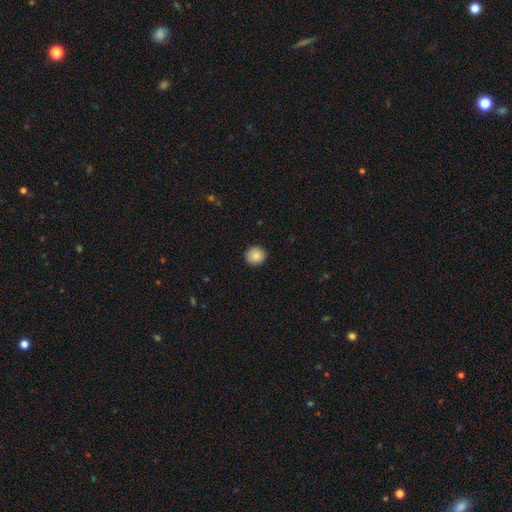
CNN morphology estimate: A smooth galaxy with no disk features (87%) that is round (93%). Merging: none (92%).